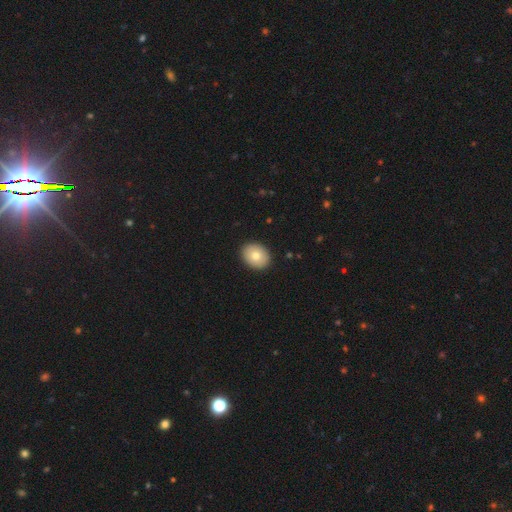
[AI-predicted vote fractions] smooth 79%, featured or disk 13%, star or artifact 8%. Down the decision tree: how rounded — in between (54%); merging — none (91%).